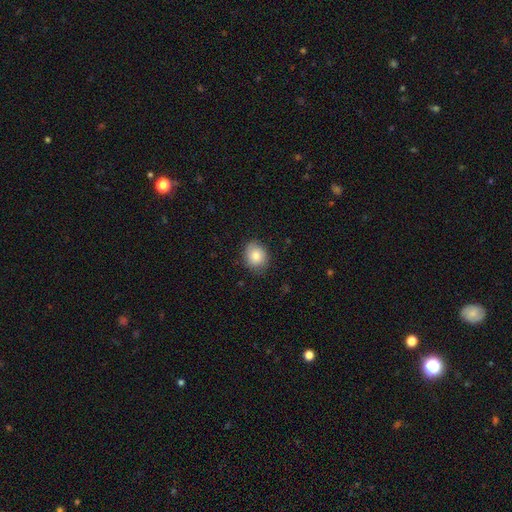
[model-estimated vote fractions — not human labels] This appears to be a smooth galaxy with no disk features (79%) that is round (63%). Merging: none (78%).